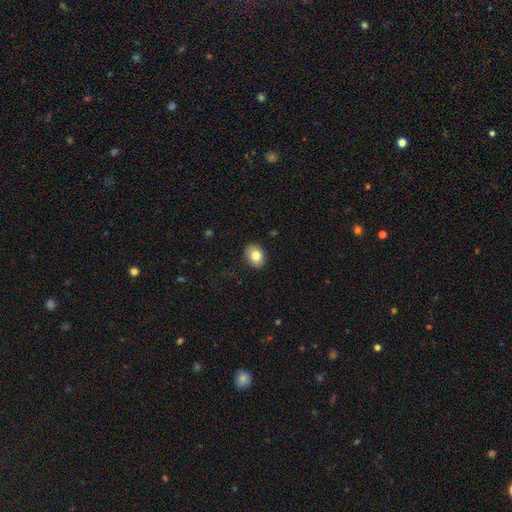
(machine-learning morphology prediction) Q: Smooth or featured?
A: smooth (81%); runner-up: featured or disk (10%)
Q: How rounded?
A: in between (63%); runner-up: round (36%)
Q: Merging?
A: none (89%); runner-up: minor disturbance (8%)